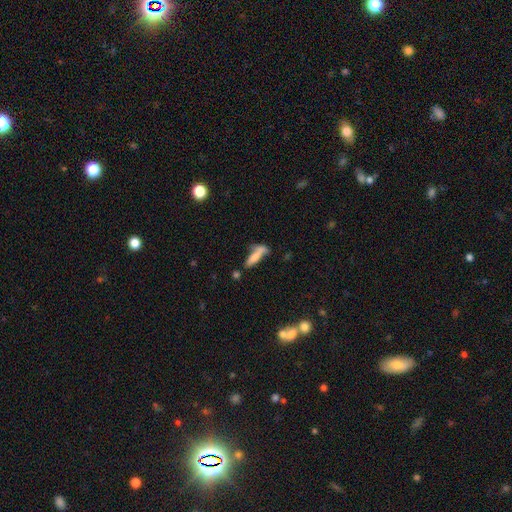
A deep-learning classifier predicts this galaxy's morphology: This appears to be a smooth galaxy with no disk features (69%) that is cigar-shaped (67%). Merging: none (40%).